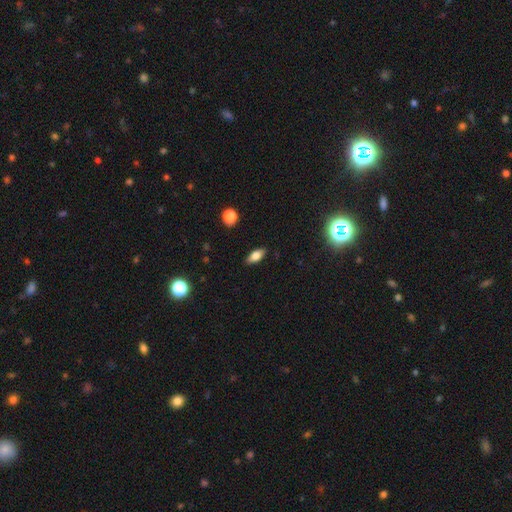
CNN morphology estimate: smooth_or_featured: smooth (p=0.71) [alt: featured or disk p=0.20]
how_rounded: in between (p=0.82) [alt: cigar-shaped p=0.13]
merging: none (p=0.88) [alt: minor disturbance p=0.09]